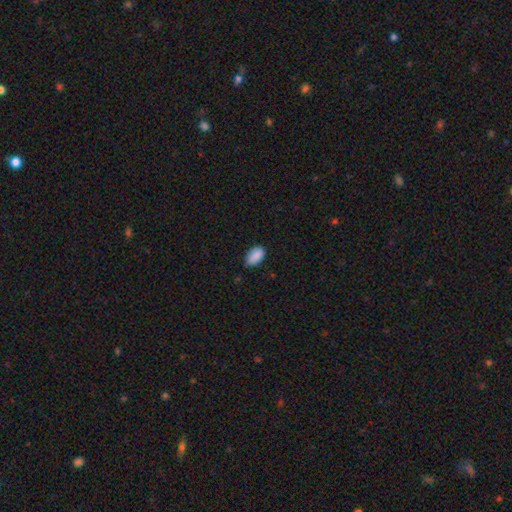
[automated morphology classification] smooth_or_featured: smooth (p=0.88) [alt: star or artifact p=0.07]
how_rounded: in between (p=0.92) [alt: round p=0.05]
merging: none (p=0.73) [alt: minor disturbance p=0.22]